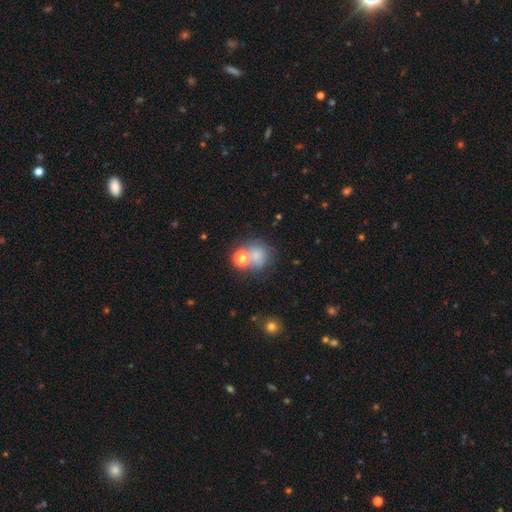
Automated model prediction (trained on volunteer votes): smooth_or_featured: smooth (p=0.70) [alt: star or artifact p=0.16]
how_rounded: round (p=0.80) [alt: in between p=0.19]
merging: none (p=0.48) [alt: merger p=0.29]